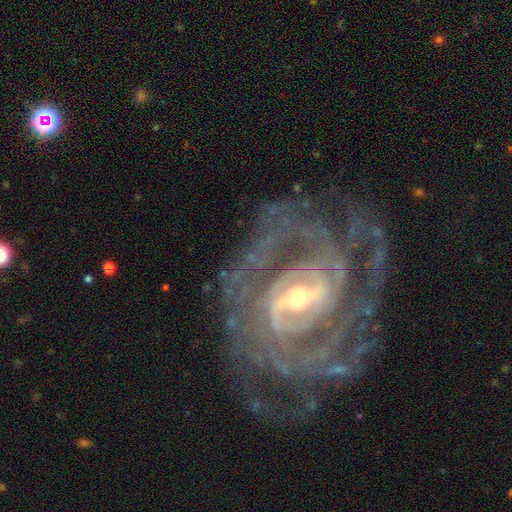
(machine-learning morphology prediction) A featured or disk galaxy (91%) with a strong bar (55%), 2 (26%) tight (63%) spiral arms (97%) and a small central bulge (60%).

Vote fractions:
- Smooth or featured? featured or disk: 91% / star or artifact: 5% / smooth: 3%
- Edge-on disk? no: 96% / yes: 4%
- Bar? strong: 55% / weak: 34% / no: 11%
- Spiral arms? yes: 97% / no: 3%
- Spiral winding? tight: 63% / medium: 30% / loose: 7%
- Spiral arm count? 2: 26% / can't tell: 23% / 3: 17% / 4: 17% / more than 4: 10% / 1: 7%
- Bulge size? small: 60% / moderate: 35% / large: 3% / none: 1% / dominant: 1%
- Merging? none: 69% / minor disturbance: 15% / major disturbance: 13% / merger: 2%